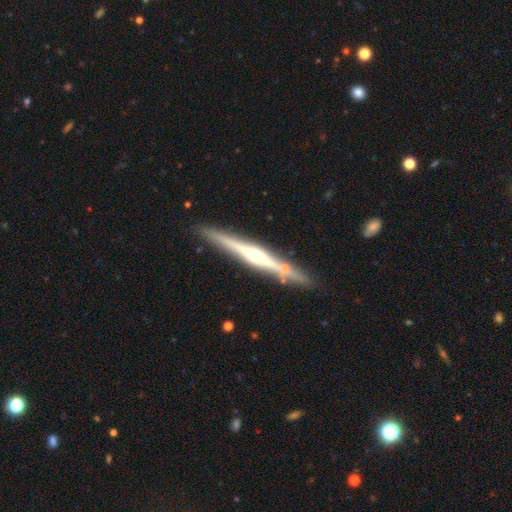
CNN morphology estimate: Smooth or featured: featured or disk — 79% (smooth — 15%)
Edge-on disk: yes — 98% (no — 2%)
Edge-on bulge: rounded — 83% (none — 10%)
Merging: none — 85% (minor disturbance — 8%)